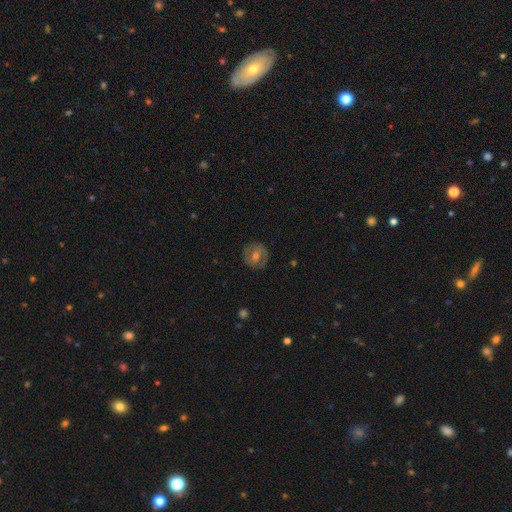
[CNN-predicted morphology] featured or disk 46%, smooth 44%, star or artifact 10%. Down the decision tree: merging — none (85%).